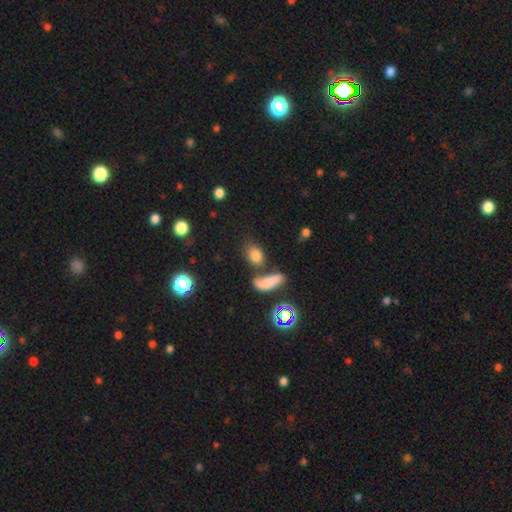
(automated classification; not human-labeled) smooth_or_featured: smooth (p=0.75) [alt: star or artifact p=0.15]
how_rounded: in between (p=0.72) [alt: round p=0.23]
merging: none (p=0.56) [alt: merger p=0.24]